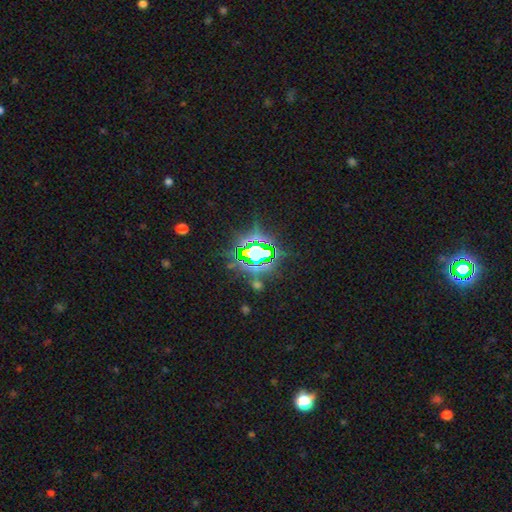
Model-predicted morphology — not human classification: type=star or artifact (77%).